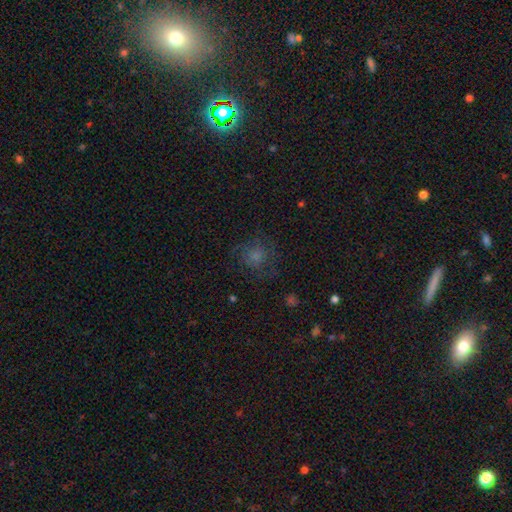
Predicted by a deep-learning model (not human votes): Smooth or featured: smooth — 63% (featured or disk — 21%)
How rounded: round — 83% (in between — 16%)
Merging: none — 66% (minor disturbance — 18%)